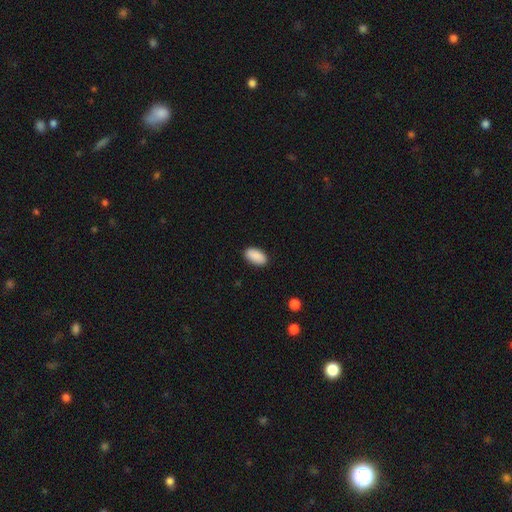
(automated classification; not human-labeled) Smooth or featured? Predicted: smooth (p=0.90). How rounded? Predicted: in between (p=0.95). Merging? Predicted: none (p=0.89).